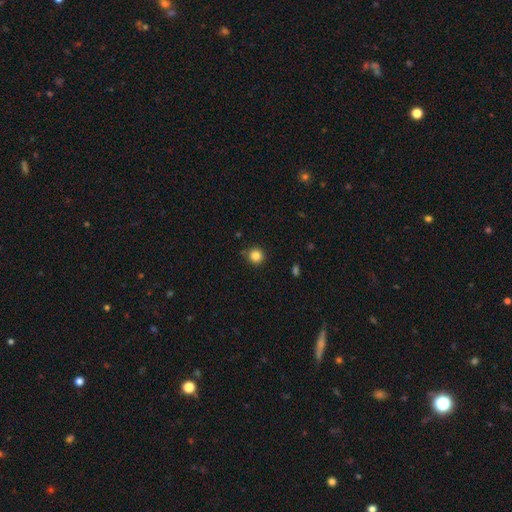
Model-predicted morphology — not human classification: A smooth galaxy with no disk features (84%) that is round (94%).

Vote fractions:
- Smooth or featured? smooth: 84% / star or artifact: 12% / featured or disk: 4%
- How rounded? round: 94% / in between: 5% / cigar-shaped: 1%
- Merging? none: 88% / minor disturbance: 8% / merger: 2% / major disturbance: 2%